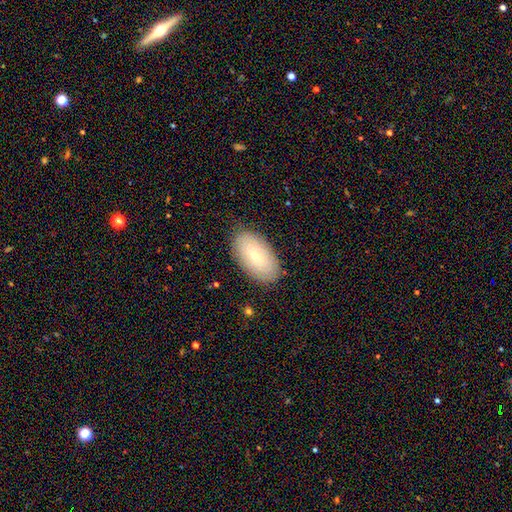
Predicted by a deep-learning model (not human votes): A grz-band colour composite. It shows a smooth galaxy with no disk features (57%) that is in between round and cigar-shaped (95%). Merging: none (84%).